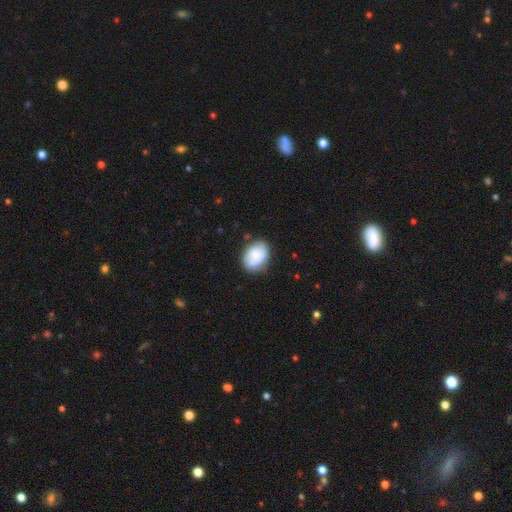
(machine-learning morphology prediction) Smooth or featured? smooth (76%)
How rounded? in between (68%)
Merging? none (73%)